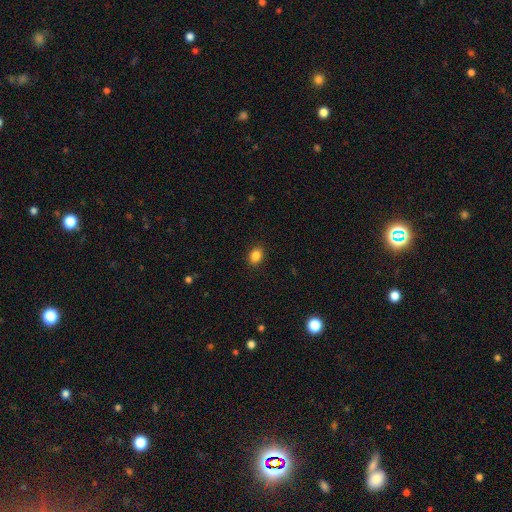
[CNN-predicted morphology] smooth-or-featured: smooth: 86% | star or artifact: 10% | featured or disk: 4%
  how-rounded: in between: 65% | round: 34% | cigar-shaped: 1%
  merging: none: 90% | minor disturbance: 7% | major disturbance: 2% | merger: 1%